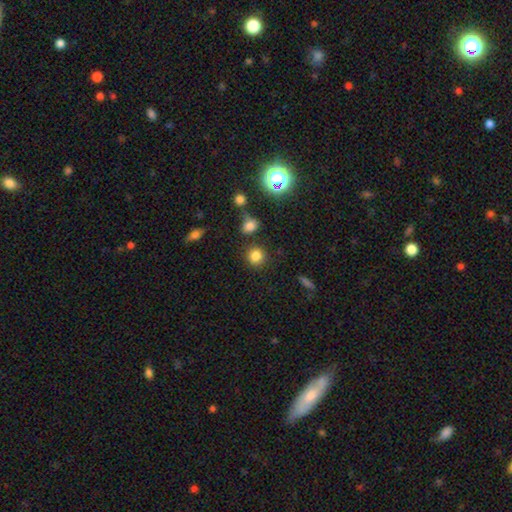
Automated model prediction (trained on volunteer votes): Q: Smooth or featured?
A: smooth (80%); runner-up: star or artifact (14%)
Q: How rounded?
A: round (87%); runner-up: in between (12%)
Q: Merging?
A: none (82%); runner-up: minor disturbance (8%)